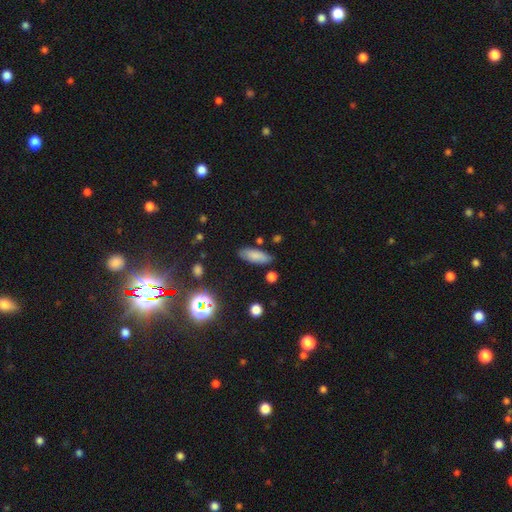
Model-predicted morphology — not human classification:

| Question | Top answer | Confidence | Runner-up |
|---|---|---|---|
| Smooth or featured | smooth | 81% | star or artifact (10%) |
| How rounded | in between | 69% | cigar-shaped (29%) |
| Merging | none | 82% | minor disturbance (12%) |